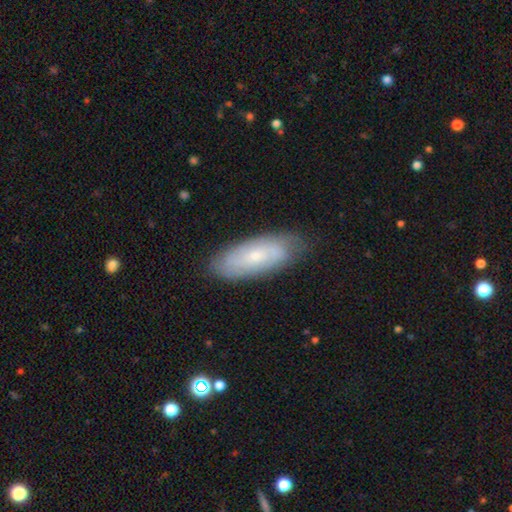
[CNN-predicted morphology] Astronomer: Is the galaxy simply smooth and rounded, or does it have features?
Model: featured or disk — 50% (runner-up: smooth, 43%).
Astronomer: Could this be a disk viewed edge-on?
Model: no — 85%.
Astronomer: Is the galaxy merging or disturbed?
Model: none — 78%.